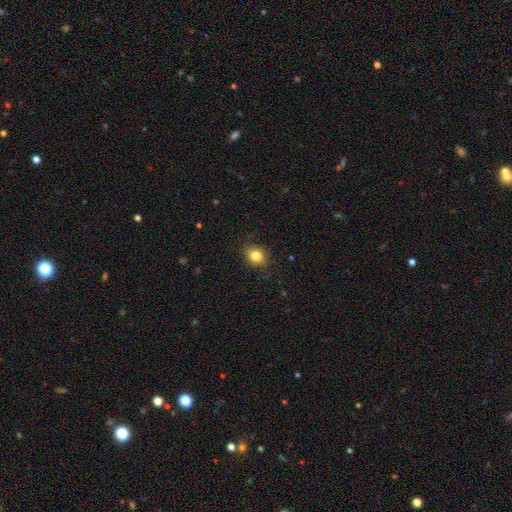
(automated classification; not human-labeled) smooth 82%, star or artifact 11%, featured or disk 7%. Down the decision tree: how rounded — round (55%); merging — none (87%).